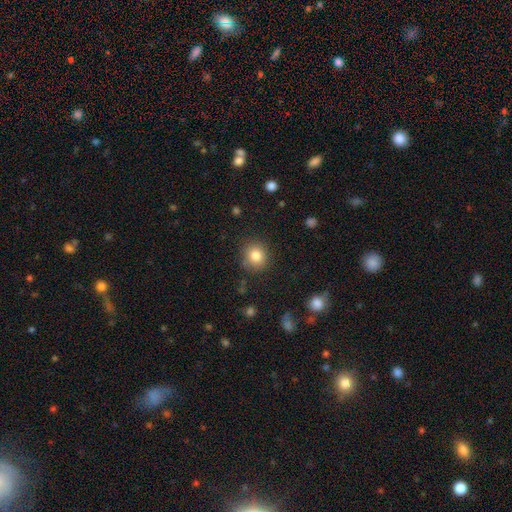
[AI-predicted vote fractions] Smooth or featured? smooth (83%)
How rounded? round (85%)
Merging? none (85%)